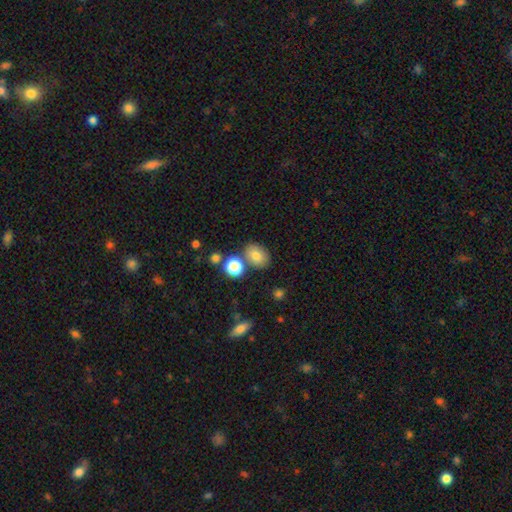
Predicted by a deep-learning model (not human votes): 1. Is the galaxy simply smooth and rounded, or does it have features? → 77% smooth, 12% star or artifact, 11% featured or disk.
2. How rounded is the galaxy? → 61% in between, 38% round, 1% cigar-shaped.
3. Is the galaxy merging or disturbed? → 72% none, 13% merger, 12% minor disturbance, 4% major disturbance.